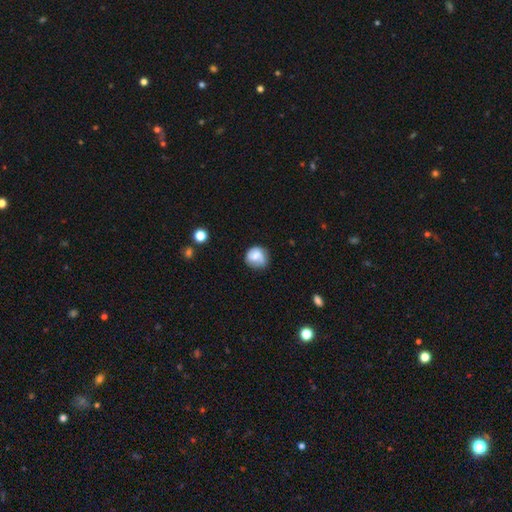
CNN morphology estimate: Overall: smooth (71%). How rounded: round (80%). Merging: none (61%; minor disturbance 27%).